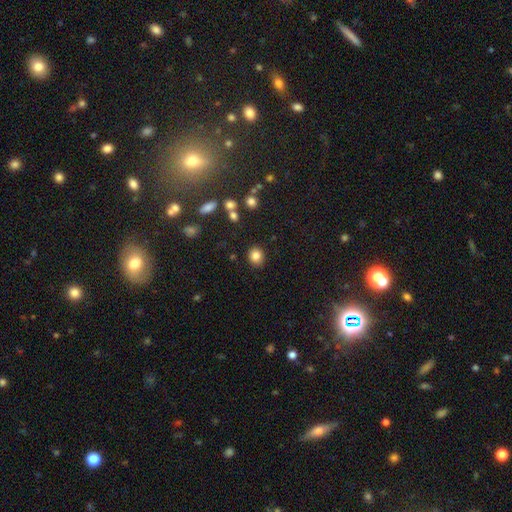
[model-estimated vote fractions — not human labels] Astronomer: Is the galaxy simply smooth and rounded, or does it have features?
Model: smooth — 83%.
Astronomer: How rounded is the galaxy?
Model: round — 77%.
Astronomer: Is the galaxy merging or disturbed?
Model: none — 88%.